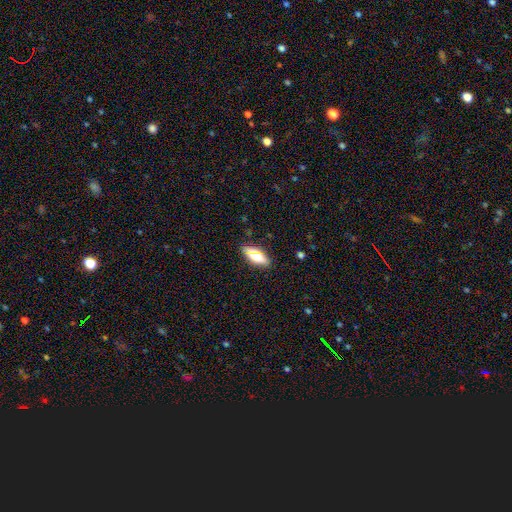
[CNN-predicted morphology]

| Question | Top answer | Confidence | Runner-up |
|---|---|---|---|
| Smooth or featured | smooth | 64% | featured or disk (24%) |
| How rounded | in between | 75% | cigar-shaped (19%) |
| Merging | none | 86% | minor disturbance (10%) |